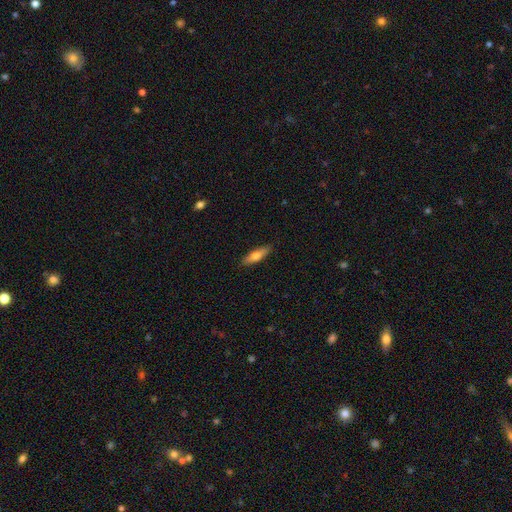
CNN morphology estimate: type=smooth (67%); roundness=cigar-shaped (57%); merging=none (88%).